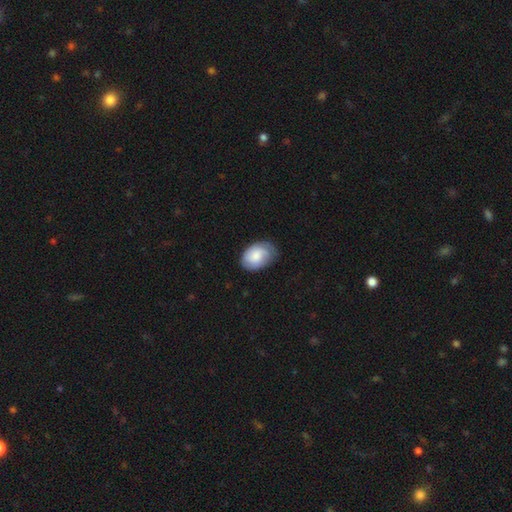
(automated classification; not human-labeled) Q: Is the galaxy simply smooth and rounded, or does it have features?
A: smooth — 62%.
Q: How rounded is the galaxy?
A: in between — 81%.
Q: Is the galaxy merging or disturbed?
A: none — 65%.